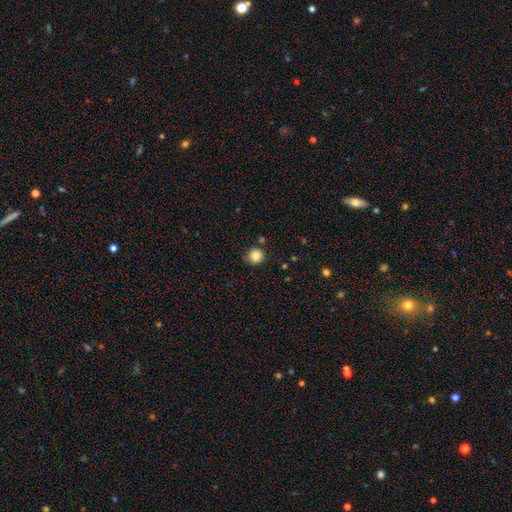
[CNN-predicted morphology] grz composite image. It shows a smooth galaxy with no disk features (85%) that is round (92%). Merging: none (84%).